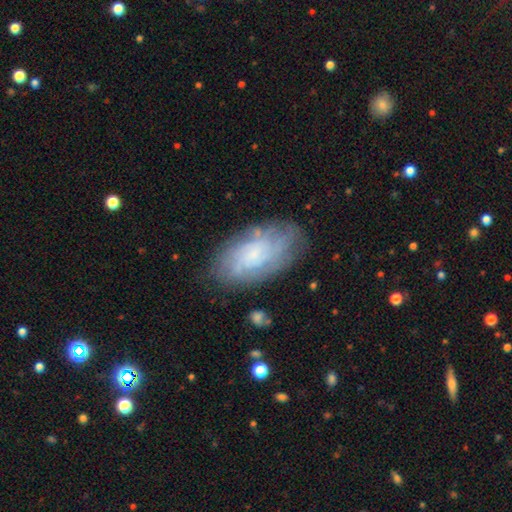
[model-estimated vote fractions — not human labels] Overall: featured or disk (56%; smooth 34%). Edge-on disk: no (92%). Bar: no (72%). Spiral arms: yes (82%). Bulge size: small (55%; none 20%). Merging: none (77%).